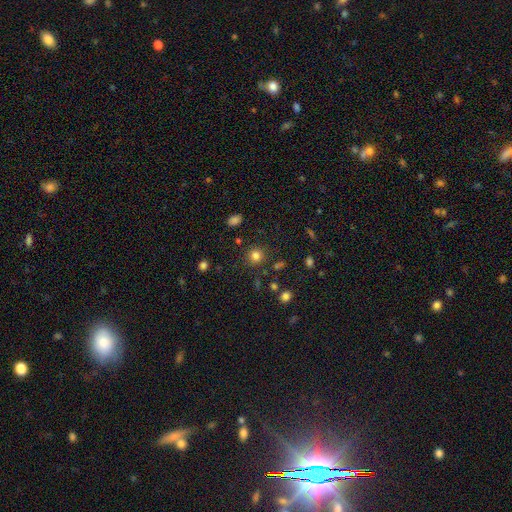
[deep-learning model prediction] Smooth or featured? Predicted: smooth (p=0.80). How rounded? Predicted: round (p=0.90). Merging? Predicted: none (p=0.86).